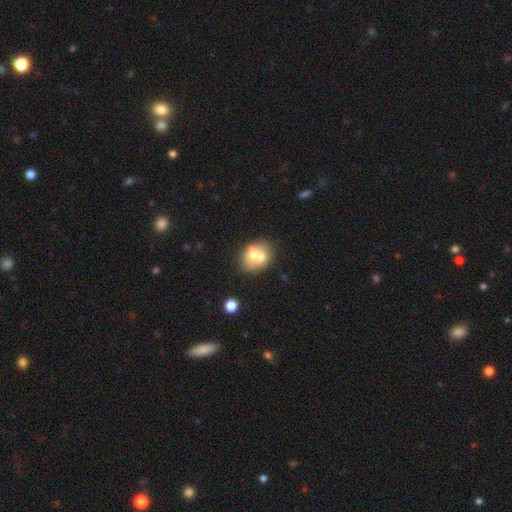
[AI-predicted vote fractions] Smooth or featured?
  - smooth: 65% *
  - featured or disk: 27%
  - star or artifact: 9%
How rounded?
  - round: 54% *
  - in between: 45%
  - cigar-shaped: 1%
Merging?
  - merger: 48% *
  - none: 39%
  - minor disturbance: 10%
  - major disturbance: 3%